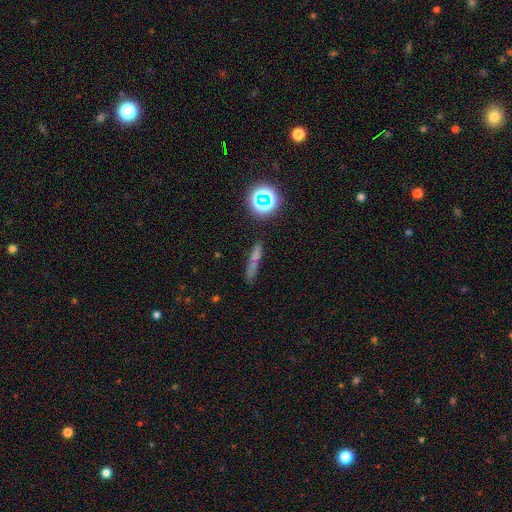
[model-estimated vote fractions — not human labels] A smooth galaxy with no disk features (58%) that is cigar-shaped (84%).

Vote fractions:
- Smooth or featured? smooth: 58% / featured or disk: 21% / star or artifact: 21%
- How rounded? cigar-shaped: 84% / round: 8% / in between: 8%
- Merging? none: 77% / minor disturbance: 15% / major disturbance: 5% / merger: 4%